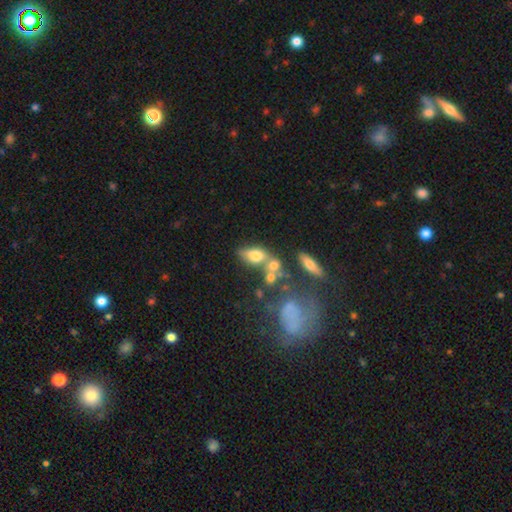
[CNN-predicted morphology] This appears to be a smooth galaxy with no disk features (66%) that is in between round and cigar-shaped (79%). Merging: merger (45%).